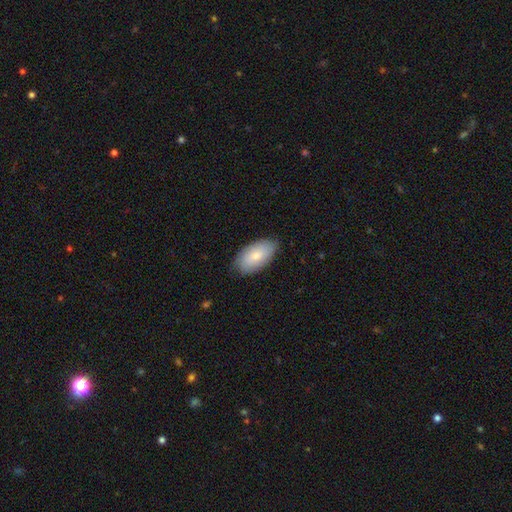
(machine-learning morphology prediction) smooth_or_featured: smooth (p=0.77) [alt: featured or disk p=0.17]
how_rounded: in between (p=0.95) [alt: round p=0.03]
merging: none (p=0.83) [alt: minor disturbance p=0.13]